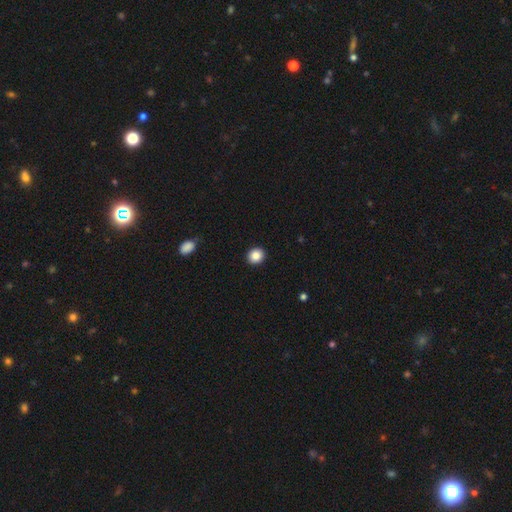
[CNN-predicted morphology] This appears to be a smooth galaxy with no disk features (87%) that is round (77%). Merging: none (92%).